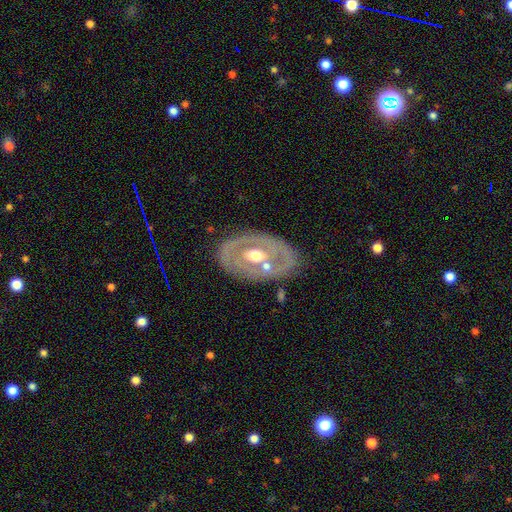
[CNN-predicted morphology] Smooth or featured? Predicted: featured or disk (p=0.72). Edge-on disk? Predicted: no (p=0.92). Bar? Predicted: no (p=0.69). Spiral arms? Predicted: no (p=0.72). Bulge size? Predicted: moderate (p=0.76). Merging? Predicted: none (p=0.74).